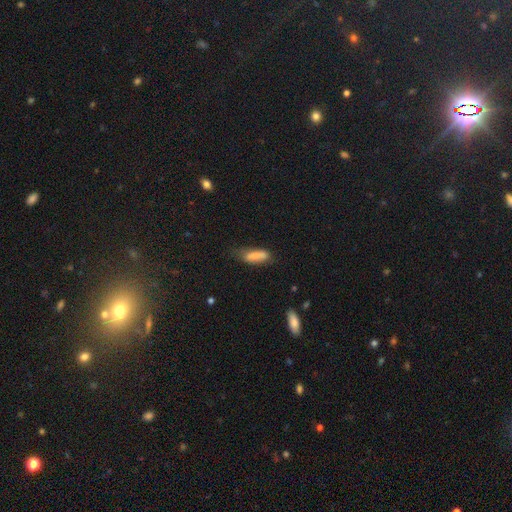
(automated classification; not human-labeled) A smooth galaxy with no disk features (81%) that is in between round and cigar-shaped (59%). Merging: none (49%).